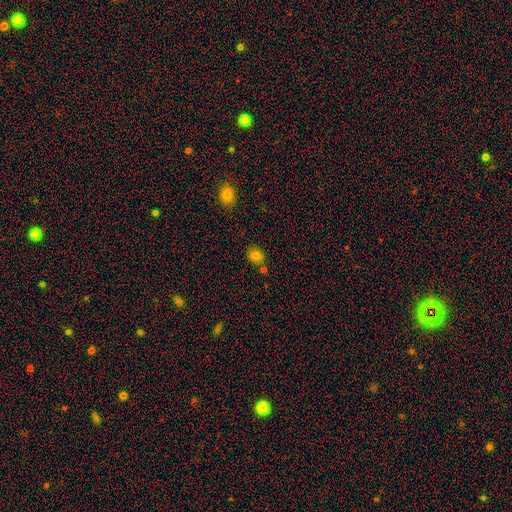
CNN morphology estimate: smooth-or-featured: smooth: 77% | star or artifact: 15% | featured or disk: 8%
  how-rounded: in between: 58% | round: 41% | cigar-shaped: 1%
  merging: none: 74% | minor disturbance: 13% | merger: 10% | major disturbance: 3%